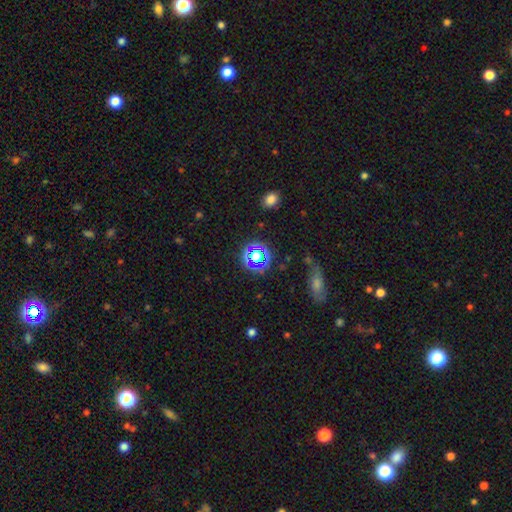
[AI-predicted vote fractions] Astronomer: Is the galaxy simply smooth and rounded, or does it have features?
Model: star or artifact — 57%.